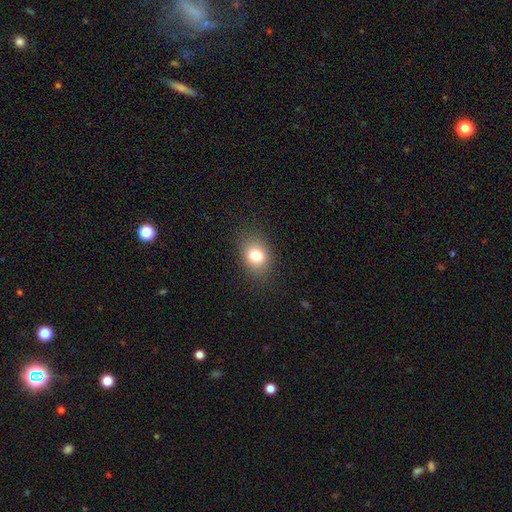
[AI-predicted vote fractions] Morphology: type=smooth (79%); roundness=in between (60%); merging=none (84%).